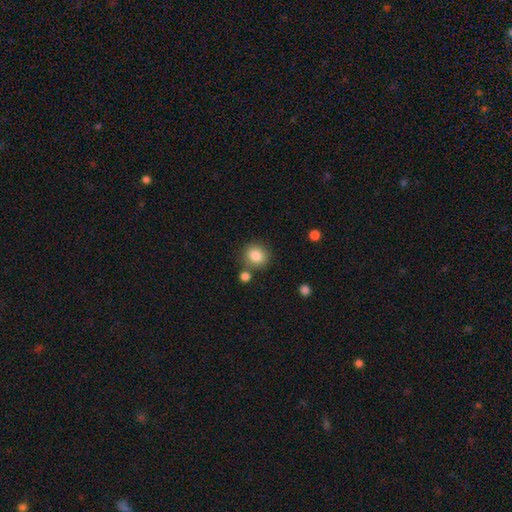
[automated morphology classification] Smooth or featured?
  - smooth: 85% *
  - star or artifact: 9%
  - featured or disk: 6%
How rounded?
  - round: 80% *
  - in between: 19%
  - cigar-shaped: 1%
Merging?
  - none: 75% *
  - merger: 11%
  - minor disturbance: 11%
  - major disturbance: 3%